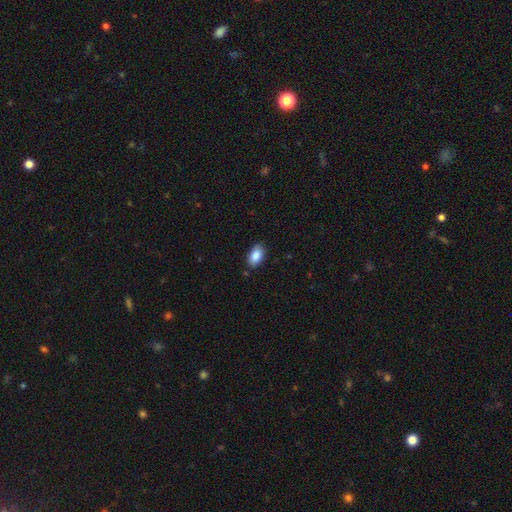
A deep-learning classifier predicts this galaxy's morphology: This is clearly a smooth galaxy (87%). How rounded: clearly in between (93%). Merging: clearly none (85%).